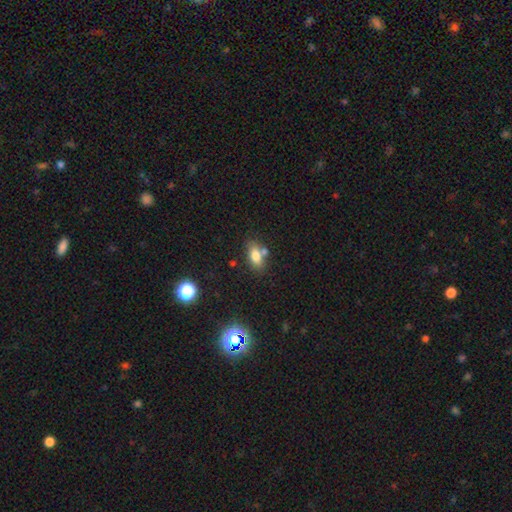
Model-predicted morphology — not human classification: Smooth or featured? smooth (78%)
How rounded? in between (85%)
Merging? none (62%)